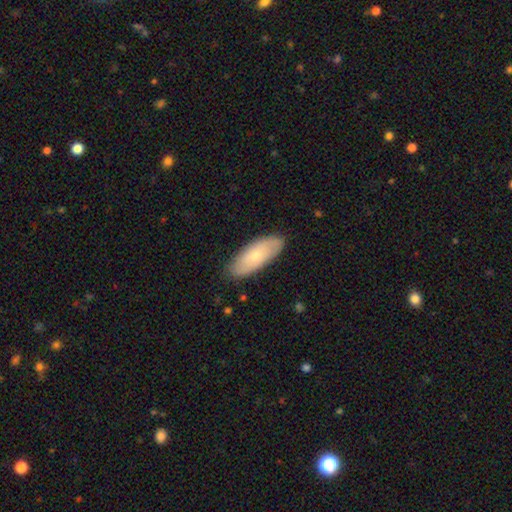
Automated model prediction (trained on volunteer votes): Q: Smooth or featured?
A: smooth (66%); runner-up: featured or disk (28%)
Q: How rounded?
A: in between (80%); runner-up: cigar-shaped (18%)
Q: Merging?
A: none (84%); runner-up: minor disturbance (13%)